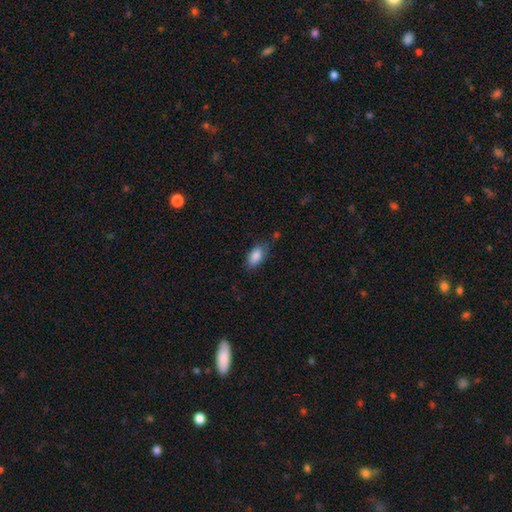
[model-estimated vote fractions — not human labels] Morphology: type=smooth (87%); roundness=in between (91%); merging=none (72%).